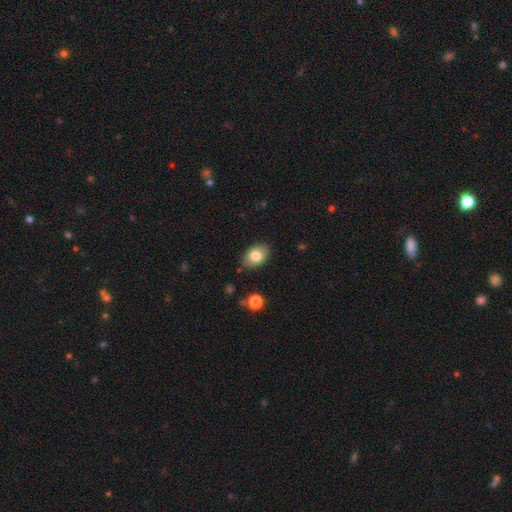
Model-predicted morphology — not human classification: smooth 81%, featured or disk 11%, star or artifact 8%. Down the decision tree: how rounded — in between (79%); merging — none (81%).